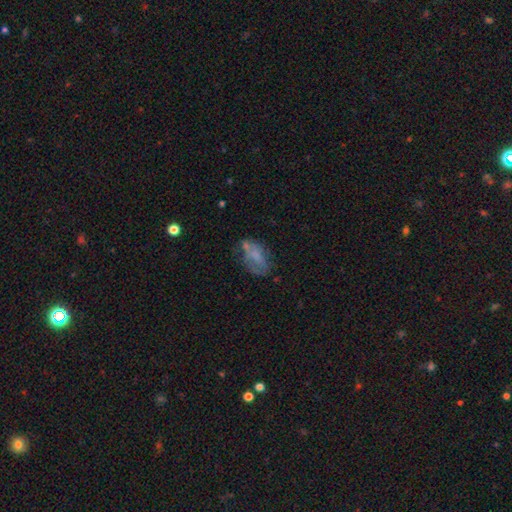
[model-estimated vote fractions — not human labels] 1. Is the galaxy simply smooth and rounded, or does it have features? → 53% smooth, 37% featured or disk, 10% star or artifact.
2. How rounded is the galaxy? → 88% in between, 7% round, 5% cigar-shaped.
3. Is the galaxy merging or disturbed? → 40% none, 28% minor disturbance, 23% major disturbance, 10% merger.